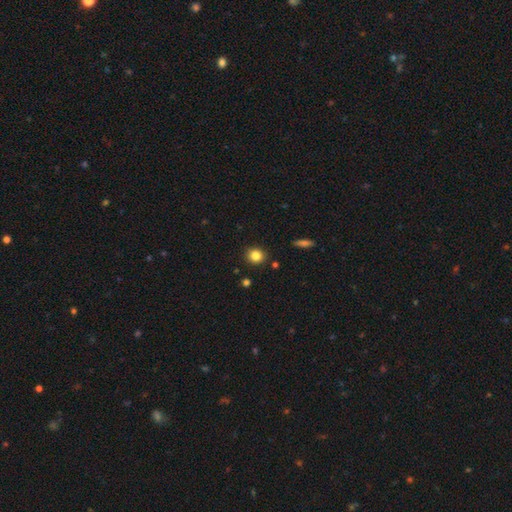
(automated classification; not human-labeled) Smooth or featured?
  - smooth: 84% *
  - star or artifact: 11%
  - featured or disk: 6%
How rounded?
  - round: 81% *
  - in between: 18%
  - cigar-shaped: 1%
Merging?
  - none: 89% *
  - minor disturbance: 7%
  - merger: 2%
  - major disturbance: 2%